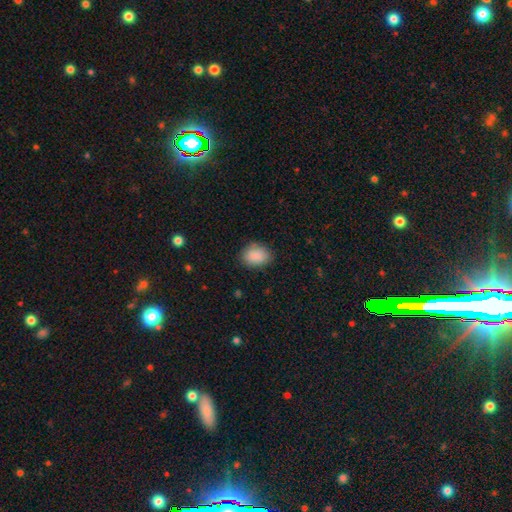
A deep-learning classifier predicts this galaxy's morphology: Smooth or featured: smooth — 88% (star or artifact — 7%)
How rounded: in between — 72% (round — 27%)
Merging: none — 82% (minor disturbance — 14%)